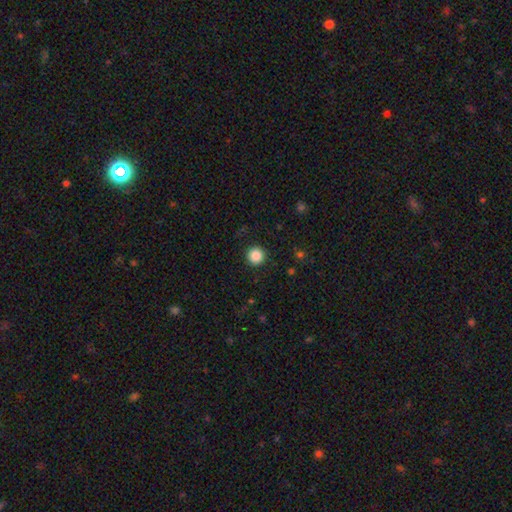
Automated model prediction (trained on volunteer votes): A smooth galaxy with no disk features (88%) that is round (96%).

Vote fractions:
- Smooth or featured? smooth: 88% / star or artifact: 10% / featured or disk: 3%
- How rounded? round: 96% / in between: 3% / cigar-shaped: 1%
- Merging? none: 92% / minor disturbance: 5% / major disturbance: 2% / merger: 1%